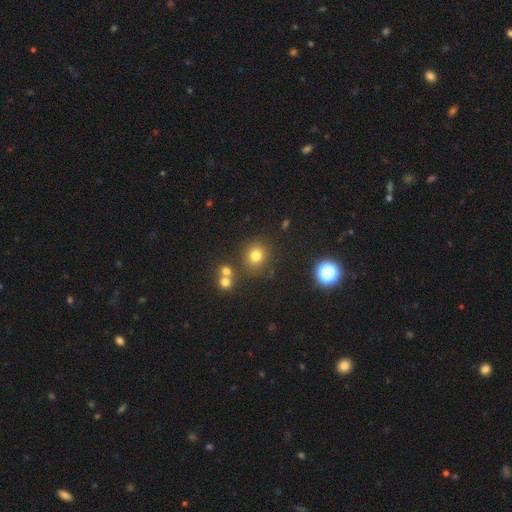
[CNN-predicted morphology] Smooth or featured?
  - smooth: 76% *
  - star or artifact: 17%
  - featured or disk: 7%
How rounded?
  - round: 84% *
  - in between: 15%
  - cigar-shaped: 1%
Merging?
  - none: 79% *
  - minor disturbance: 9%
  - merger: 8%
  - major disturbance: 4%